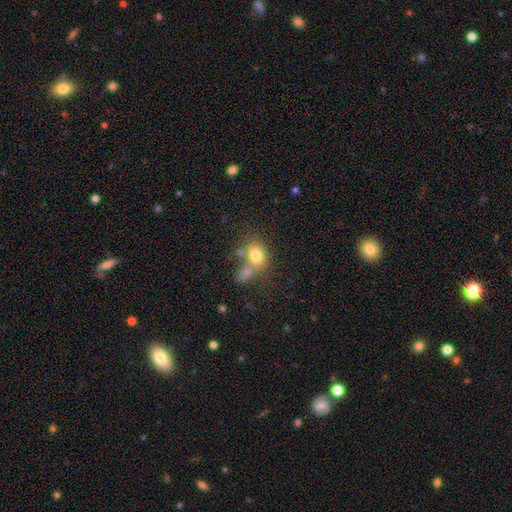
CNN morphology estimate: A smooth galaxy with no disk features (75%) that is in between round and cigar-shaped (52%).

Vote fractions:
- Smooth or featured? smooth: 75% / featured or disk: 14% / star or artifact: 11%
- How rounded? in between: 52% / round: 47% / cigar-shaped: 1%
- Merging? merger: 44% / none: 35% / minor disturbance: 12% / major disturbance: 8%